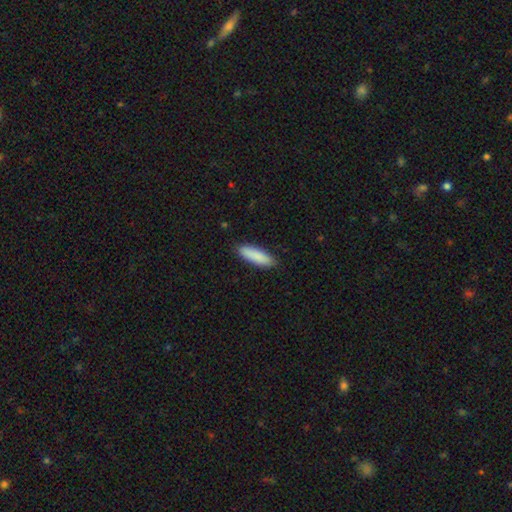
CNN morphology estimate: Smooth or featured?
  - smooth: 88% *
  - featured or disk: 6%
  - star or artifact: 6%
How rounded?
  - cigar-shaped: 58% *
  - in between: 41%
  - round: 2%
Merging?
  - none: 88% *
  - minor disturbance: 9%
  - major disturbance: 2%
  - merger: 1%